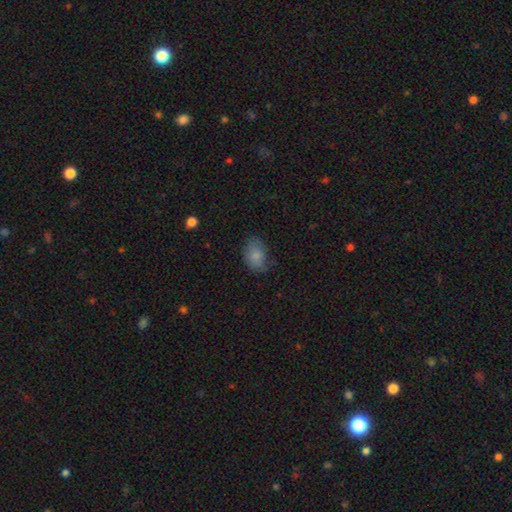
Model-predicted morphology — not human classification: A smooth galaxy with no disk features (82%) that is in between round and cigar-shaped (78%). Merging: none (68%).